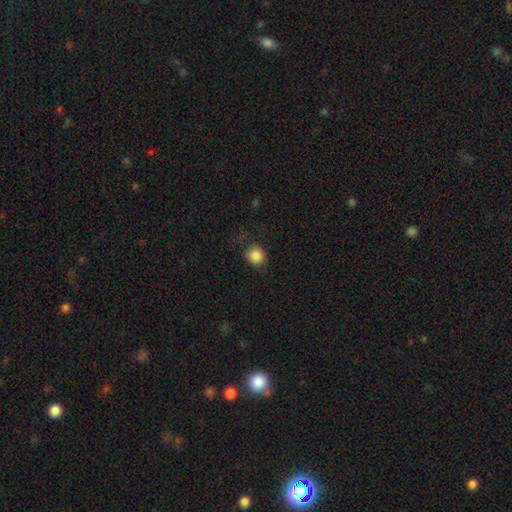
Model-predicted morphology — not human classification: Smooth or featured?
  - smooth: 86% *
  - star or artifact: 10%
  - featured or disk: 4%
How rounded?
  - round: 82% *
  - in between: 17%
  - cigar-shaped: 1%
Merging?
  - none: 79% *
  - minor disturbance: 15%
  - major disturbance: 5%
  - merger: 1%